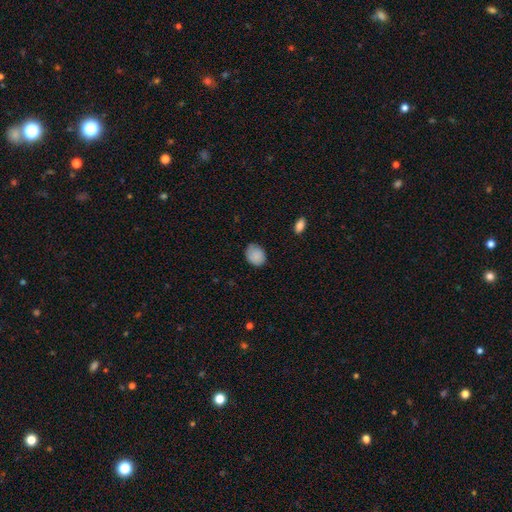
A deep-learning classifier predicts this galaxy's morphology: smooth_or_featured: smooth (p=0.85) [alt: star or artifact p=0.07]
how_rounded: in between (p=0.52) [alt: round p=0.47]
merging: none (p=0.73) [alt: minor disturbance p=0.22]